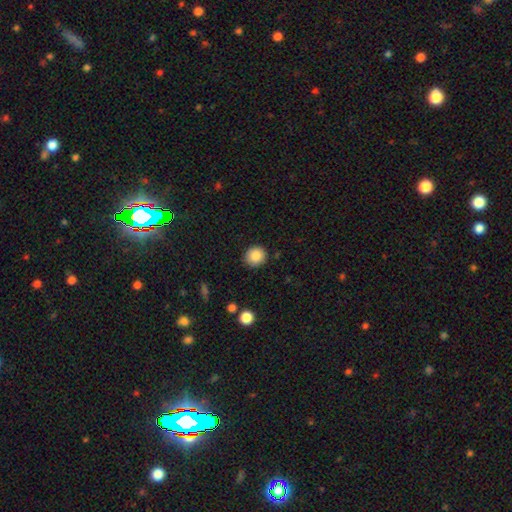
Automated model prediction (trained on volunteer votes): The model was most divided on "how rounded": round: 86%, in between: 13%, cigar-shaped: 1%. More confident: merging — none (88%); smooth or featured — smooth (87%).